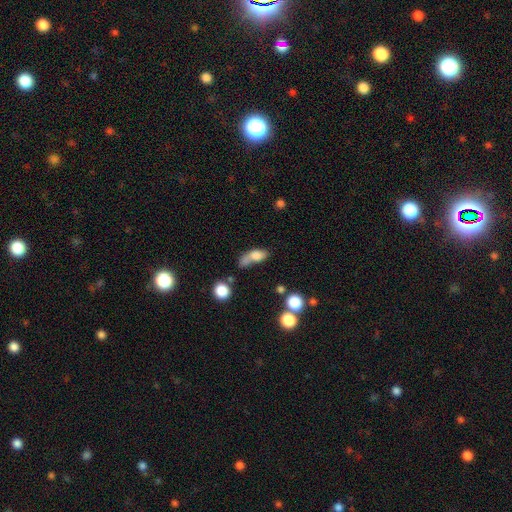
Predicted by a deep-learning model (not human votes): This appears to be a smooth galaxy with no disk features (73%) that is in between round and cigar-shaped (73%). Merging: merger (35%).